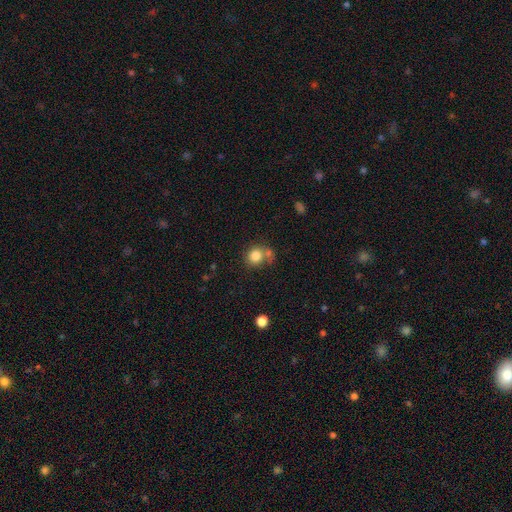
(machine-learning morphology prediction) The model was most divided on "merging": none: 54%, merger: 28%, minor disturbance: 12%, major disturbance: 5%. More confident: how rounded — round (84%); smooth or featured — smooth (81%).